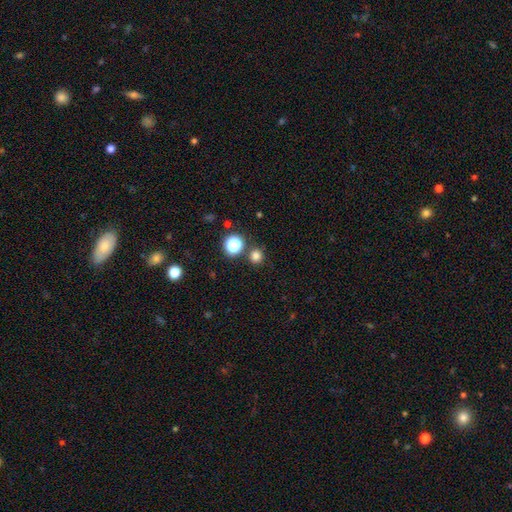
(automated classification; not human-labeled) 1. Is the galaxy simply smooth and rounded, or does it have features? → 77% smooth, 18% star or artifact, 5% featured or disk.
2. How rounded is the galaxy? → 92% round, 7% in between, 1% cigar-shaped.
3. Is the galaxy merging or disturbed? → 83% none, 8% merger, 6% minor disturbance, 3% major disturbance.